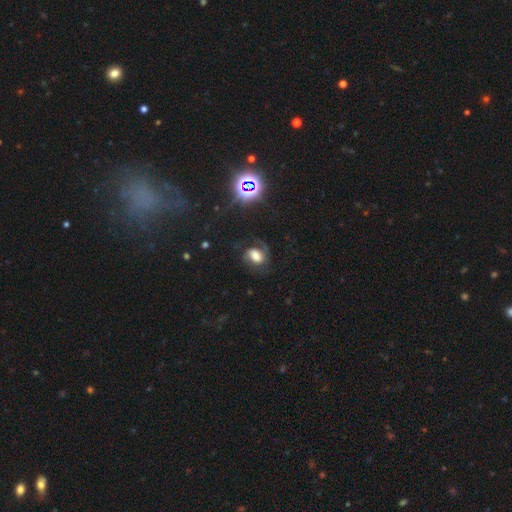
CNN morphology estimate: This appears to be a featured or disk galaxy (45%). Merging: none (58%).